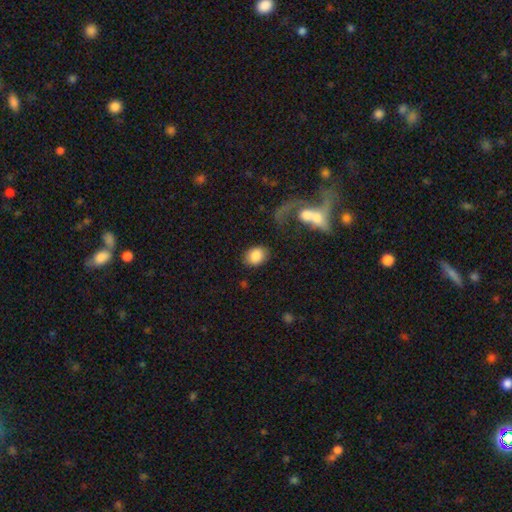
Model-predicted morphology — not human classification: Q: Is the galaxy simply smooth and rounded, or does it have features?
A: smooth — 84%.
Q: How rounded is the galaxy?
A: in between — 59%.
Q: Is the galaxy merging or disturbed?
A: none — 79%.